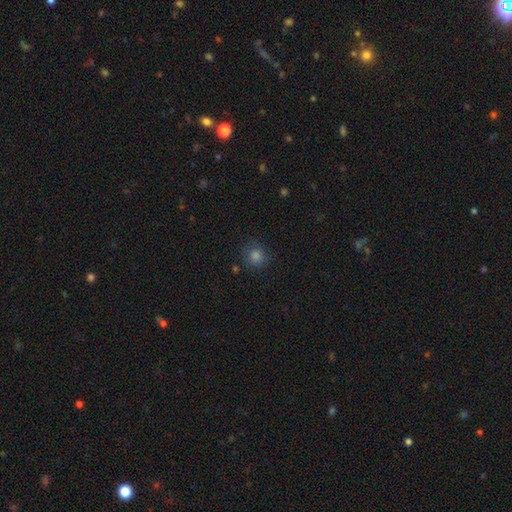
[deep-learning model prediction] Smooth or featured?
  - smooth: 77% *
  - star or artifact: 17%
  - featured or disk: 6%
How rounded?
  - round: 90% *
  - in between: 9%
  - cigar-shaped: 1%
Merging?
  - none: 84% *
  - minor disturbance: 11%
  - major disturbance: 3%
  - merger: 2%